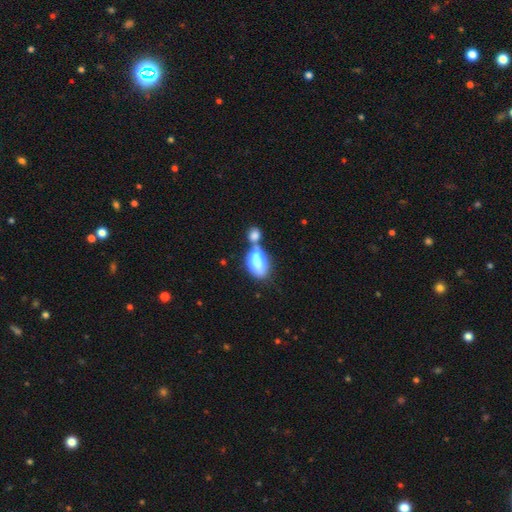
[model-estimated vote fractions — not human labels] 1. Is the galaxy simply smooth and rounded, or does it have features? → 78% smooth, 14% featured or disk, 7% star or artifact.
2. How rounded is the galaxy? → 90% in between, 7% round, 4% cigar-shaped.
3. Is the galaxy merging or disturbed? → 58% merger, 23% none, 12% minor disturbance, 7% major disturbance.